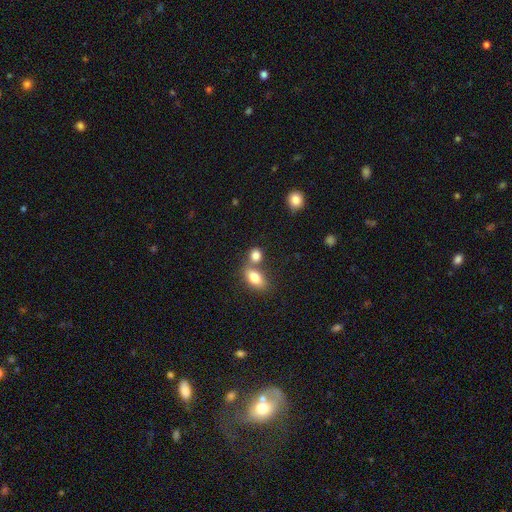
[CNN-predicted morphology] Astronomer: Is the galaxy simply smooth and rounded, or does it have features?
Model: smooth — 83%.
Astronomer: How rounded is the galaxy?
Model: in between — 55% (runner-up: round, 41%).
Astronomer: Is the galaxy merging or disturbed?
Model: none — 47% (runner-up: merger, 39%).